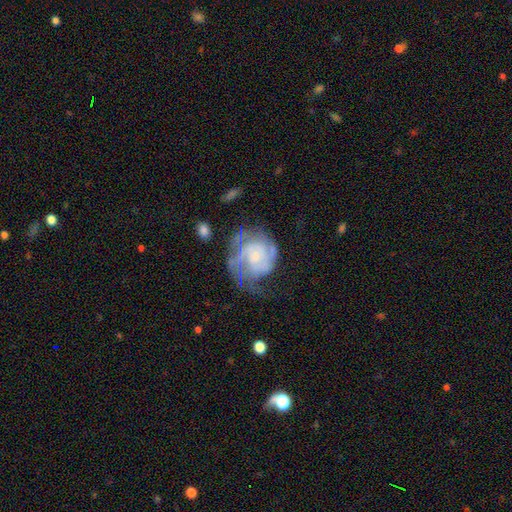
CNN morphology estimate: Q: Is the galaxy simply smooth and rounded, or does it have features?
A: featured or disk — 80%.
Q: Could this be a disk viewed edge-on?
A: no — 98%.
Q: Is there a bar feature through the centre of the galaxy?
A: no — 71%.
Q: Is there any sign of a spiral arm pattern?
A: yes — 92%.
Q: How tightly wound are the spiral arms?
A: tight — 58%.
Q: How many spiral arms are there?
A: can't tell — 33%.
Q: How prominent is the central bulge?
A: small — 60%.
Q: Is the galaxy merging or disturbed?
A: none — 49%.